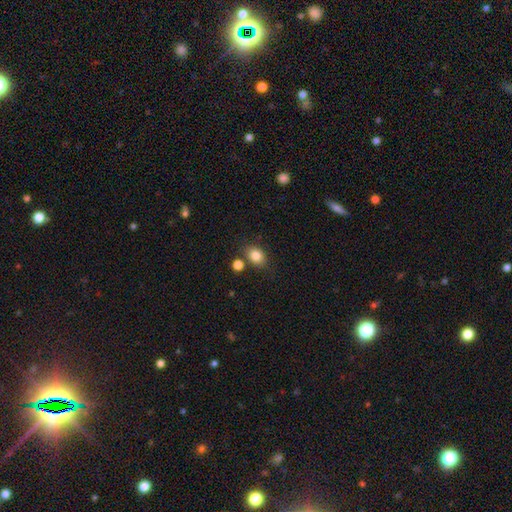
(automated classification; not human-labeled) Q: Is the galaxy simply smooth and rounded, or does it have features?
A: smooth — 84%.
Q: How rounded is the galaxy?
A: in between — 58%.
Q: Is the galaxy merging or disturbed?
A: none — 75%.